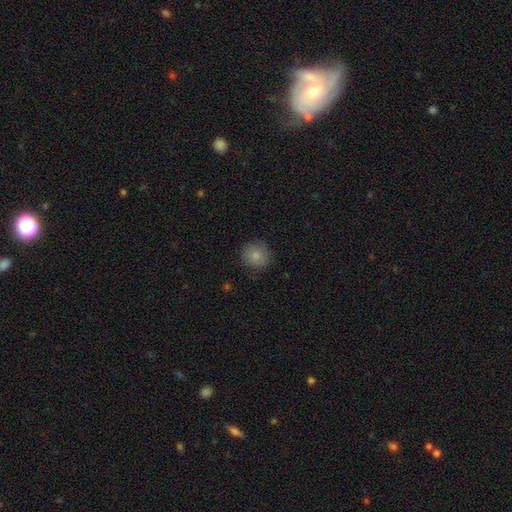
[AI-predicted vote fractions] A smooth galaxy with no disk features (85%) that is round (92%). Merging: none (87%).